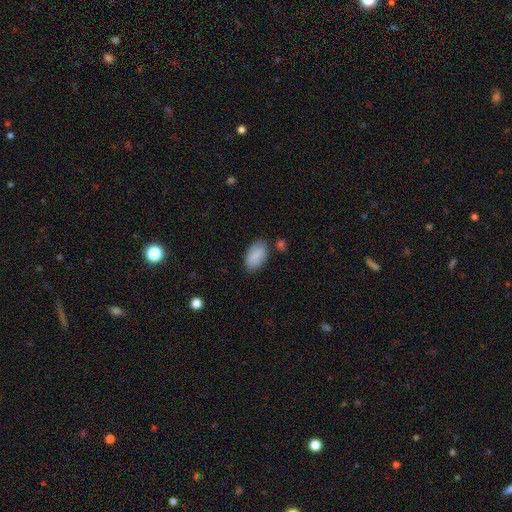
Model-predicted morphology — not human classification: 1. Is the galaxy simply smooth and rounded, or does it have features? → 87% smooth, 7% star or artifact, 7% featured or disk.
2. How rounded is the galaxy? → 94% in between, 4% round, 2% cigar-shaped.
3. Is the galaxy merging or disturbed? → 74% none, 17% minor disturbance, 5% merger, 4% major disturbance.